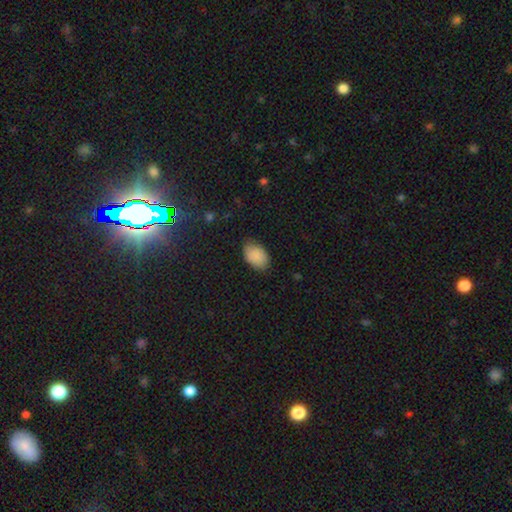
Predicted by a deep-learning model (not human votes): smooth_or_featured: smooth (p=0.89) [alt: star or artifact p=0.07]
how_rounded: in between (p=0.89) [alt: round p=0.09]
merging: none (p=0.78) [alt: minor disturbance p=0.17]